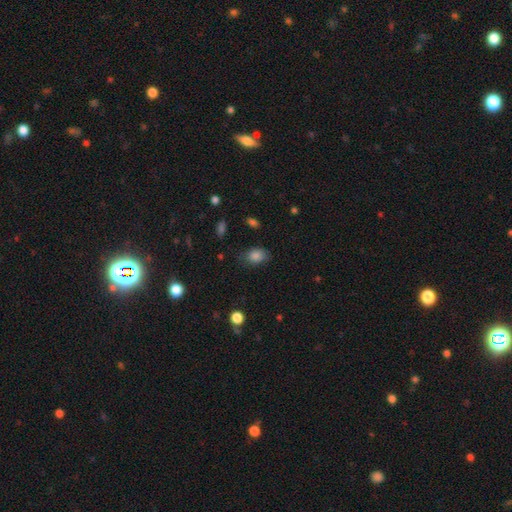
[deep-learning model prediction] smooth-or-featured: smooth: 84% | star or artifact: 10% | featured or disk: 6%
  how-rounded: in between: 70% | round: 28% | cigar-shaped: 1%
  merging: none: 74% | minor disturbance: 19% | major disturbance: 5% | merger: 2%